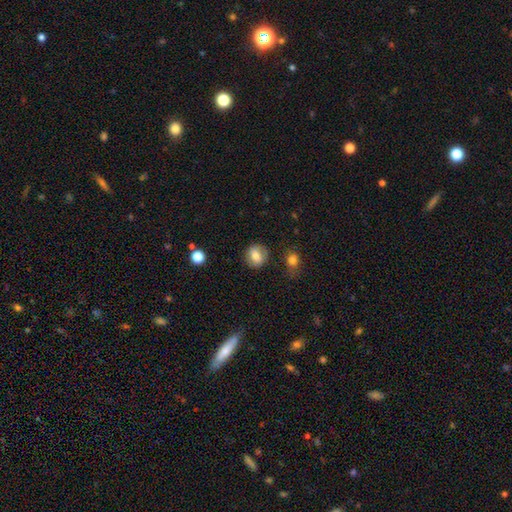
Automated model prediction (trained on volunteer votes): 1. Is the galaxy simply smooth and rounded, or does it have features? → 73% smooth, 18% featured or disk, 9% star or artifact.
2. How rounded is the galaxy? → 73% round, 26% in between, 1% cigar-shaped.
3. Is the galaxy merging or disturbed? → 81% none, 12% minor disturbance, 4% major disturbance, 3% merger.